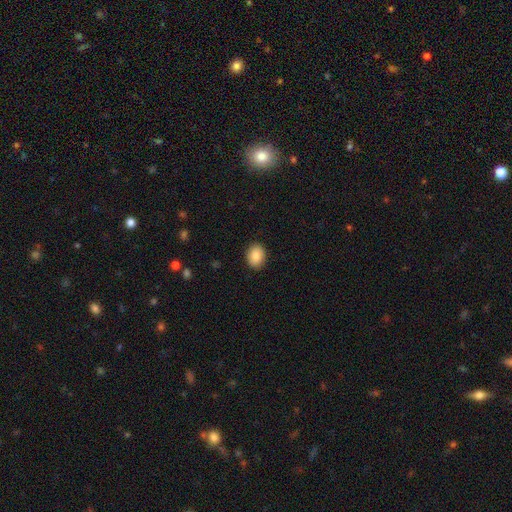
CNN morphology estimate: A smooth galaxy with no disk features (87%) that is in between round and cigar-shaped (62%).

Vote fractions:
- Smooth or featured? smooth: 87% / star or artifact: 8% / featured or disk: 5%
- How rounded? in between: 62% / round: 37% / cigar-shaped: 1%
- Merging? none: 90% / minor disturbance: 7% / major disturbance: 2% / merger: 1%